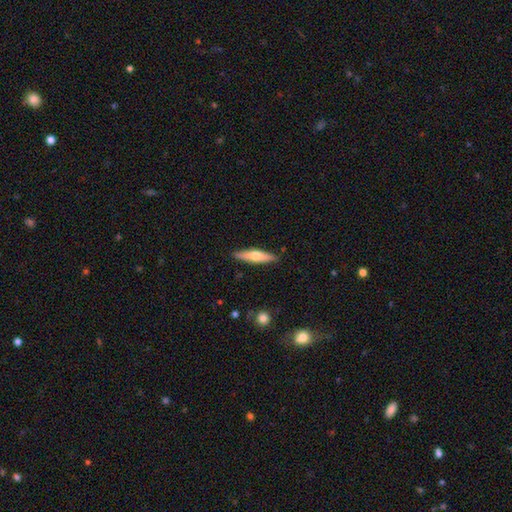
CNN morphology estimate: This is possibly a smooth galaxy (48%). Merging: clearly none (88%).